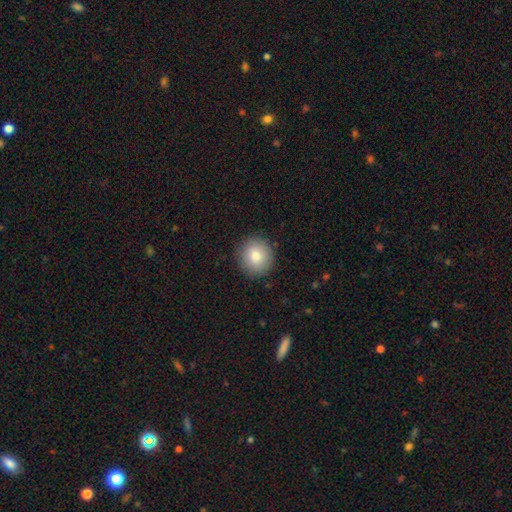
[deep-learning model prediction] This is clearly a smooth galaxy (82%). How rounded: clearly round (91%). Merging: clearly none (90%).